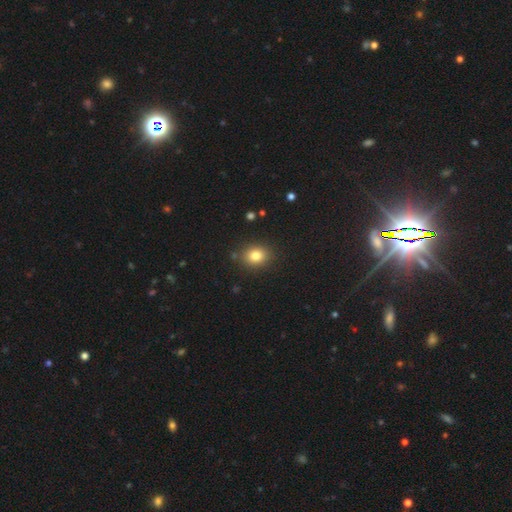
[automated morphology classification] Smooth or featured: smooth — 81% (star or artifact — 12%)
How rounded: round — 60% (in between — 39%)
Merging: none — 87% (minor disturbance — 8%)